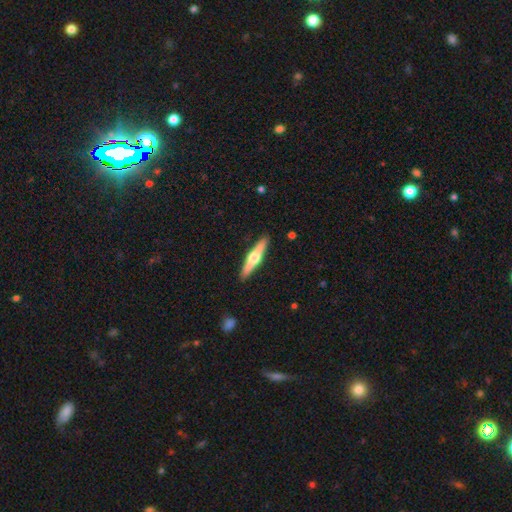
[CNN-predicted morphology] Smooth or featured: featured or disk — 68% (smooth — 27%)
Edge-on disk: yes — 98% (no — 2%)
Edge-on bulge: rounded — 95% (boxy — 3%)
Merging: none — 91% (minor disturbance — 6%)